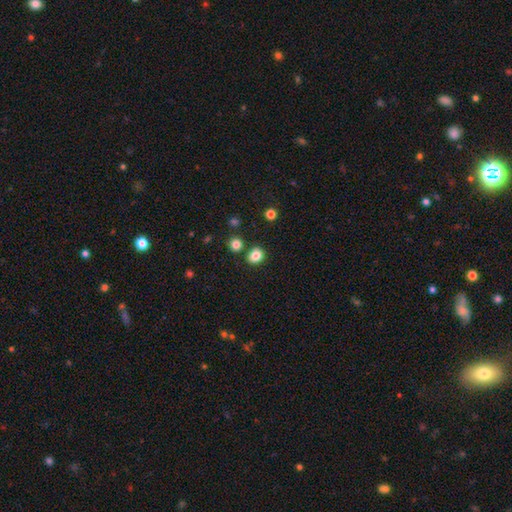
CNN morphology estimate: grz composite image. It shows a smooth galaxy with no disk features (83%) that is round (65%). Merging: none (80%).